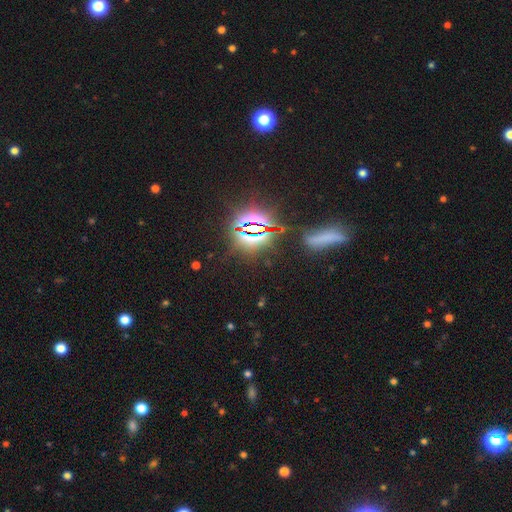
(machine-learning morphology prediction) A star or artifact, not a galaxy (76%).